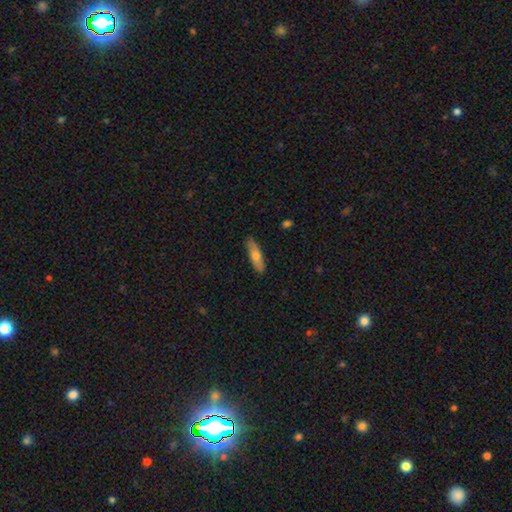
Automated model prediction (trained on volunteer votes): A smooth galaxy with no disk features (65%) that is cigar-shaped (66%). Merging: none (88%).